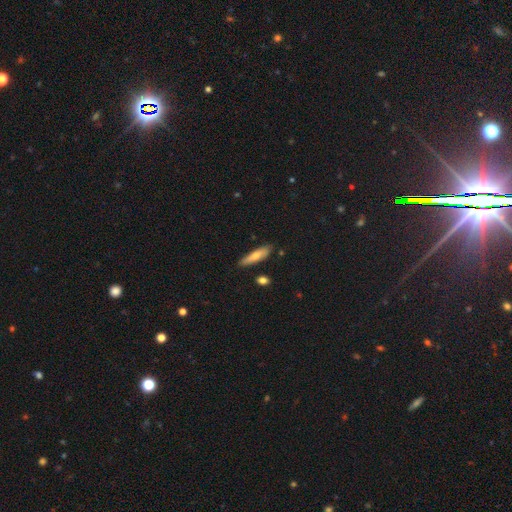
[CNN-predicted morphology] smooth-or-featured: smooth: 68% | featured or disk: 26% | star or artifact: 6%
  how-rounded: cigar-shaped: 73% | in between: 25% | round: 2%
  merging: none: 83% | minor disturbance: 12% | merger: 3% | major disturbance: 2%